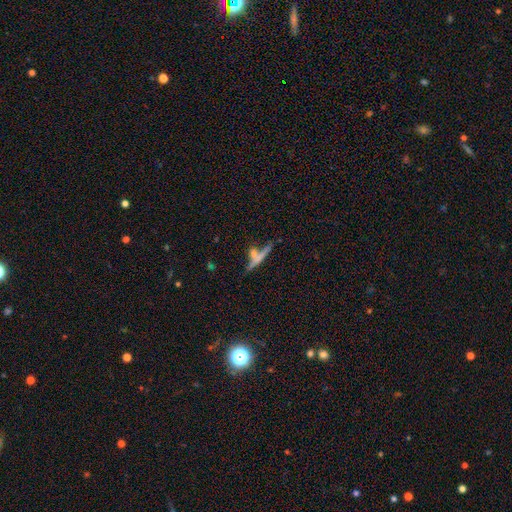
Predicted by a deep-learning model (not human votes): Smooth or featured?
  - smooth: 49% *
  - featured or disk: 40%
  - star or artifact: 11%
Merging?
  - none: 46% *
  - merger: 37%
  - minor disturbance: 11%
  - major disturbance: 7%